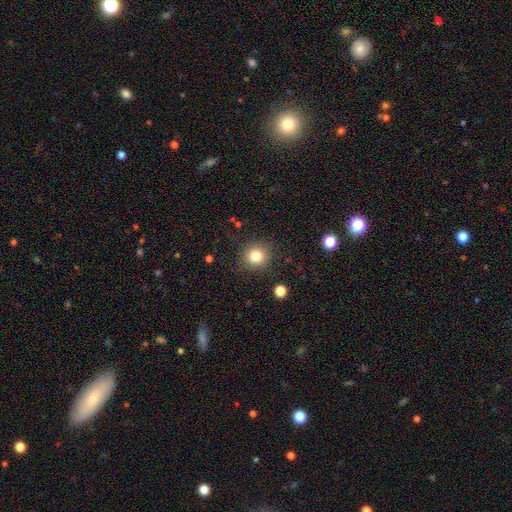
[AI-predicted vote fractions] This is clearly a smooth galaxy (81%). How rounded: clearly round (90%). Merging: clearly none (87%).